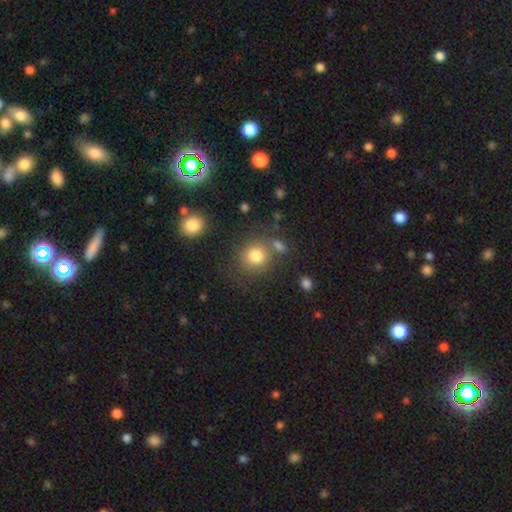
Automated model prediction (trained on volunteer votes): A smooth galaxy with no disk features (80%) that is round (84%). Merging: none (69%).